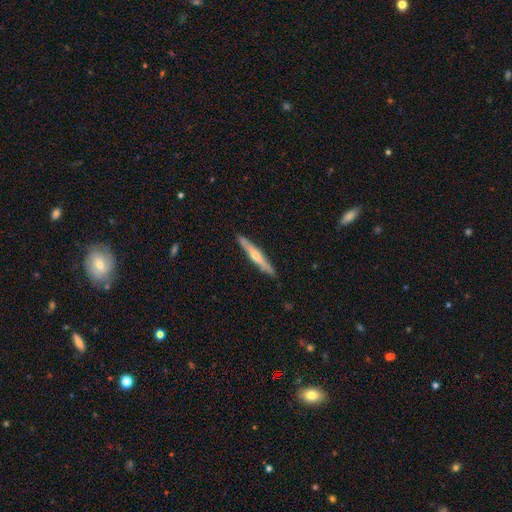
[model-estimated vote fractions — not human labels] Smooth or featured? Predicted: featured or disk (p=0.59). Edge-on disk? Predicted: yes (p=0.95). Edge-on bulge? Predicted: rounded (p=0.78). Merging? Predicted: none (p=0.89).